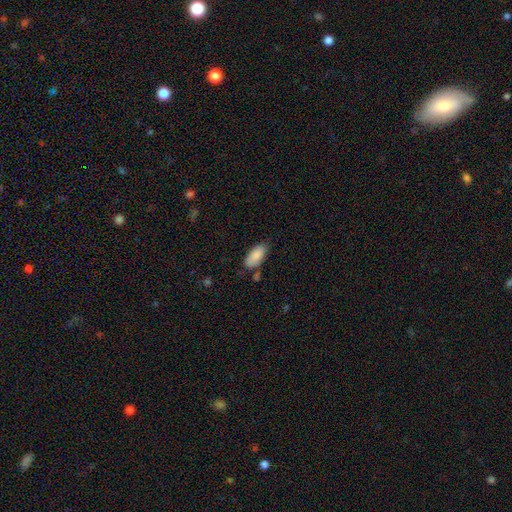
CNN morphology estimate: This is clearly a smooth galaxy (86%). How rounded: clearly in between (92%). Merging: likely none (66%).